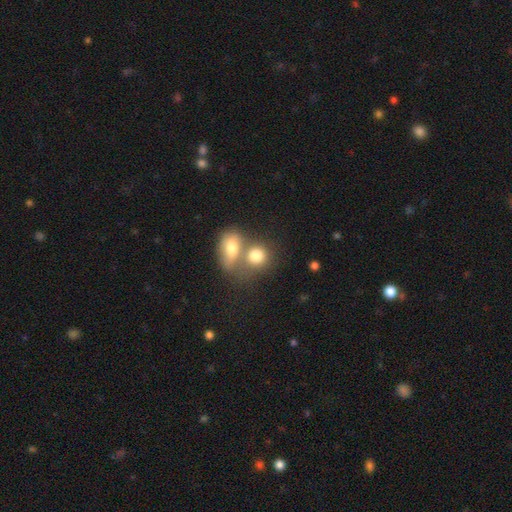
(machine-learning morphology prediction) A smooth galaxy with no disk features (77%) that is round (62%). Merging: merger (56%).